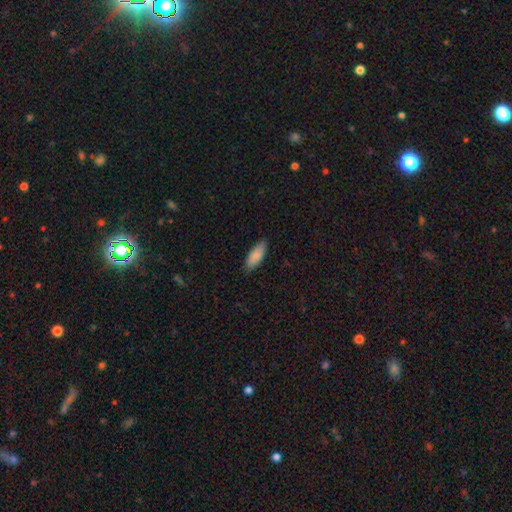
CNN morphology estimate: The model was most divided on "how rounded": in between: 75%, cigar-shaped: 23%, round: 2%. More confident: smooth or featured — smooth (88%); merging — none (84%).